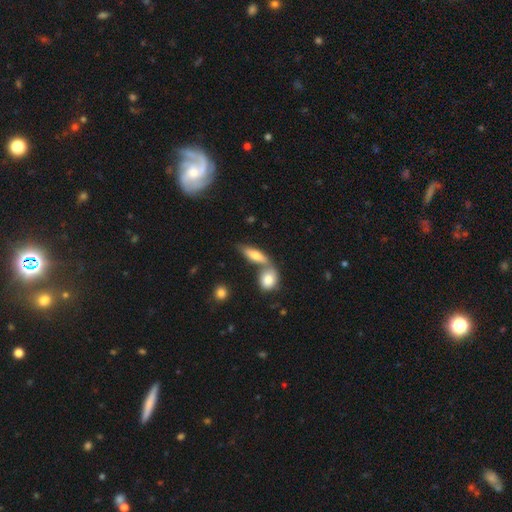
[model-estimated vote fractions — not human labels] Q: Smooth or featured?
A: smooth (69%); runner-up: featured or disk (24%)
Q: How rounded?
A: in between (60%); runner-up: cigar-shaped (34%)
Q: Merging?
A: merger (48%); runner-up: none (39%)